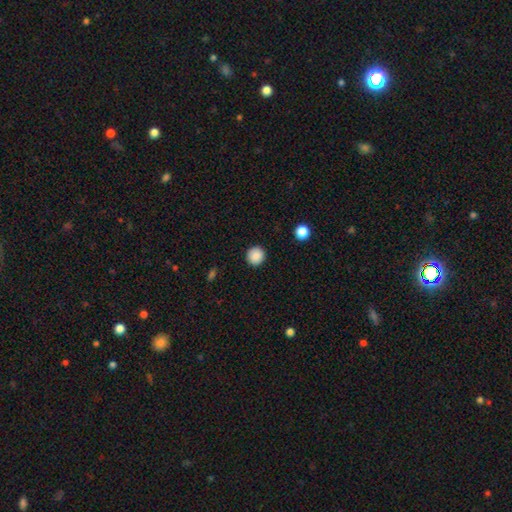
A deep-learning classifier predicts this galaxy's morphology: smooth-or-featured: smooth: 88% | star or artifact: 9% | featured or disk: 3%
  how-rounded: round: 94% | in between: 5% | cigar-shaped: 1%
  merging: none: 93% | minor disturbance: 5% | major disturbance: 2% | merger: 1%